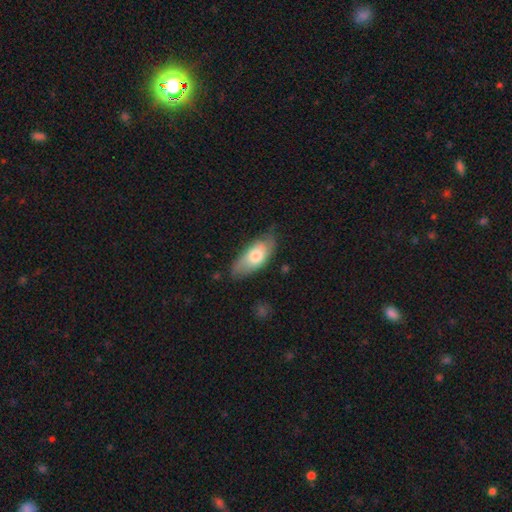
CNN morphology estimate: Q: Smooth or featured?
A: smooth (67%); runner-up: featured or disk (27%)
Q: How rounded?
A: in between (85%); runner-up: cigar-shaped (13%)
Q: Merging?
A: none (66%); runner-up: minor disturbance (27%)